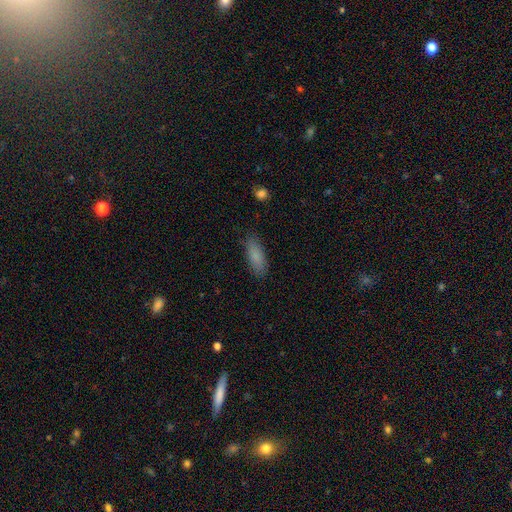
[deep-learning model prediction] Smooth or featured?
  - smooth: 85% *
  - featured or disk: 8%
  - star or artifact: 7%
How rounded?
  - in between: 65% *
  - cigar-shaped: 33%
  - round: 2%
Merging?
  - none: 84% *
  - minor disturbance: 12%
  - major disturbance: 3%
  - merger: 1%